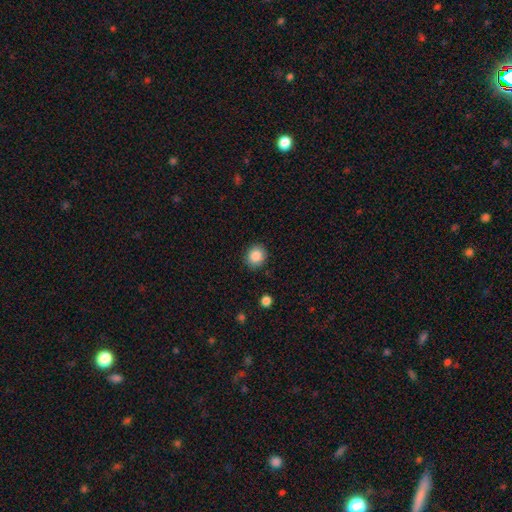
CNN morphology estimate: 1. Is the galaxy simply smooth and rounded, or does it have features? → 86% smooth, 9% star or artifact, 4% featured or disk.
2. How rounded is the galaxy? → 82% round, 17% in between, 1% cigar-shaped.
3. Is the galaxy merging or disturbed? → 87% none, 9% minor disturbance, 2% major disturbance, 2% merger.